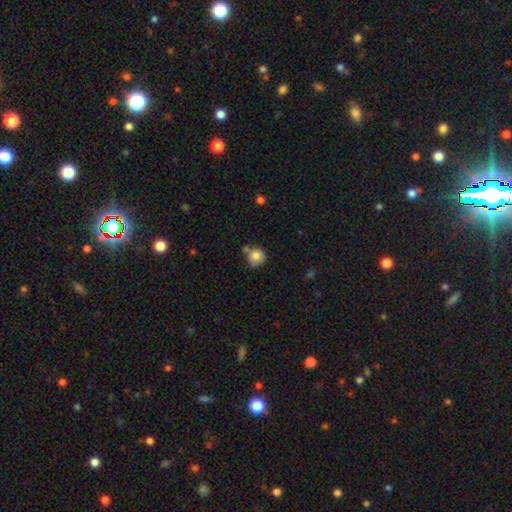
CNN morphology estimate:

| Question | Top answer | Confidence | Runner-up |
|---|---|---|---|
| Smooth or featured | smooth | 83% | star or artifact (9%) |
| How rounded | round | 88% | in between (11%) |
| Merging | none | 59% | minor disturbance (21%) |